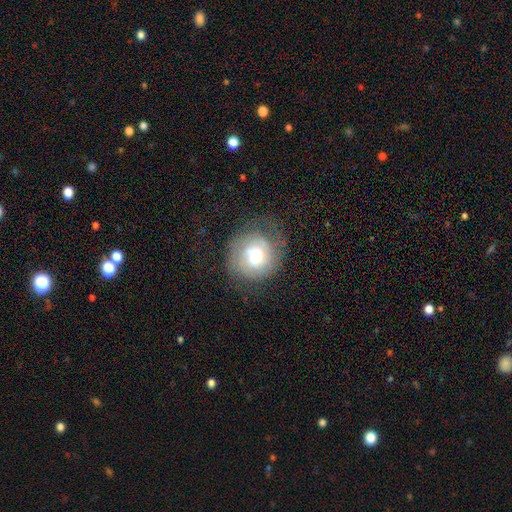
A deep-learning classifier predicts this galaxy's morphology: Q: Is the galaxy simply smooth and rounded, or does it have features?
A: featured or disk — 46%, tied with smooth.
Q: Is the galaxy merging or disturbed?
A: none — 61%.